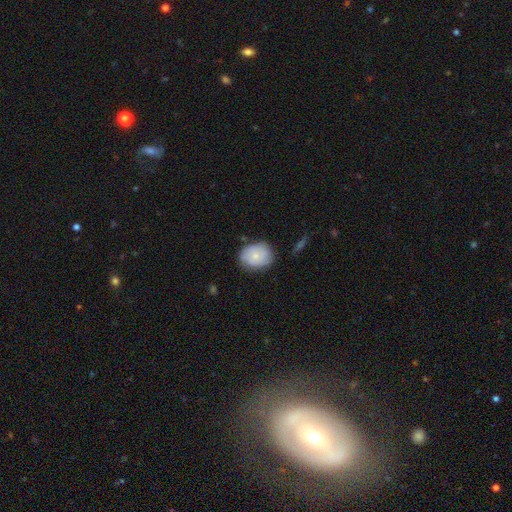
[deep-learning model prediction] Overall: smooth (69%). How rounded: round (50%; in between 49%). Merging: none (73%).